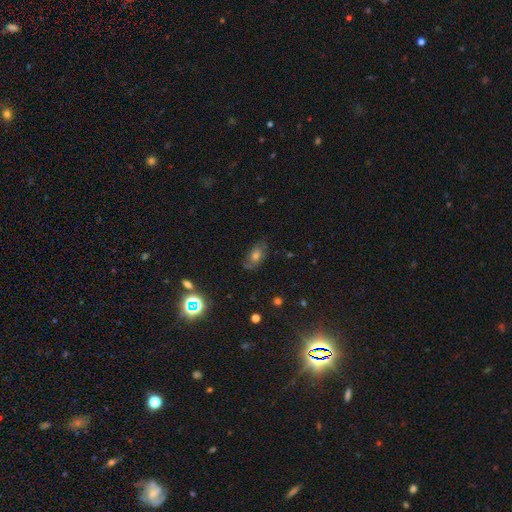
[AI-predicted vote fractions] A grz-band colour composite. It shows a smooth galaxy with no disk features (37%). Merging: none (71%).